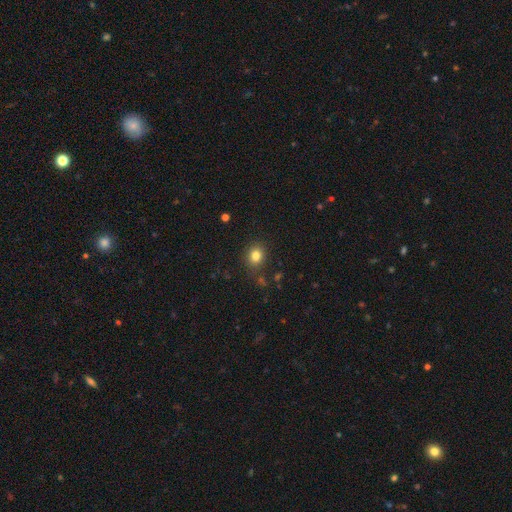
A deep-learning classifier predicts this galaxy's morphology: Smooth or featured: smooth — 82% (star or artifact — 12%)
How rounded: round — 69% (in between — 30%)
Merging: none — 84% (minor disturbance — 10%)